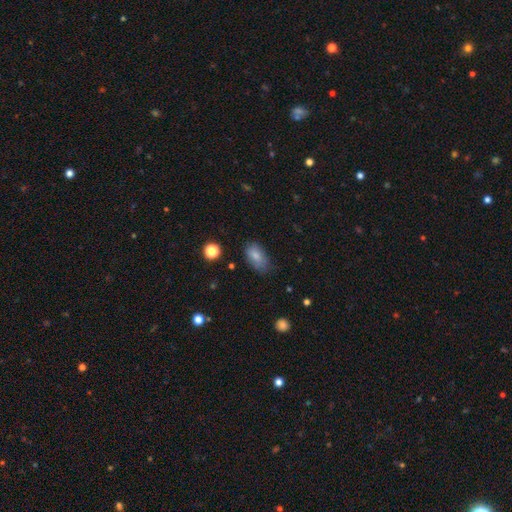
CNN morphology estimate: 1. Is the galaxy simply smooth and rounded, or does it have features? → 81% smooth, 10% featured or disk, 9% star or artifact.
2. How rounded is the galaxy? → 90% in between, 6% round, 3% cigar-shaped.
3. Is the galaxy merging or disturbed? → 62% none, 28% minor disturbance, 7% major disturbance, 2% merger.